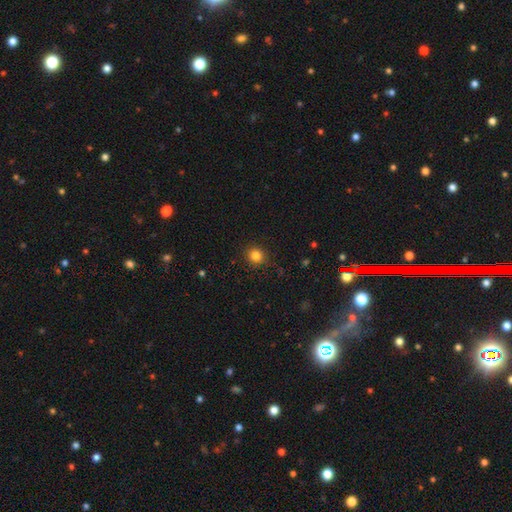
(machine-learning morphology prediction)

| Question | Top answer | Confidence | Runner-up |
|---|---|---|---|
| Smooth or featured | smooth | 83% | star or artifact (13%) |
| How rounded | round | 90% | in between (10%) |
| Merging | none | 90% | minor disturbance (7%) |